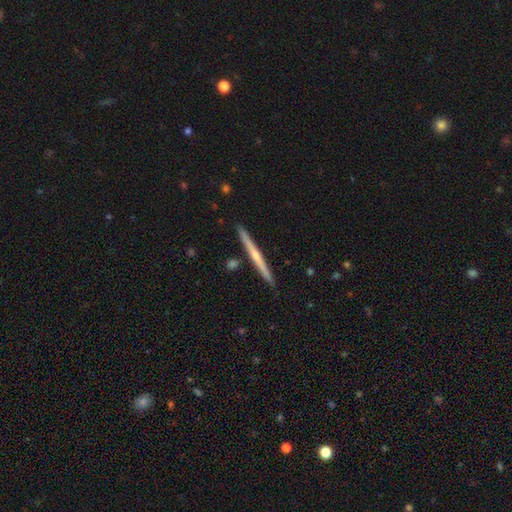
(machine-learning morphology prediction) Q: Smooth or featured?
A: featured or disk (61%); runner-up: smooth (33%)
Q: Edge-on disk?
A: yes (98%); runner-up: no (2%)
Q: Edge-on bulge?
A: rounded (51%); runner-up: none (44%)
Q: Merging?
A: none (90%); runner-up: minor disturbance (7%)